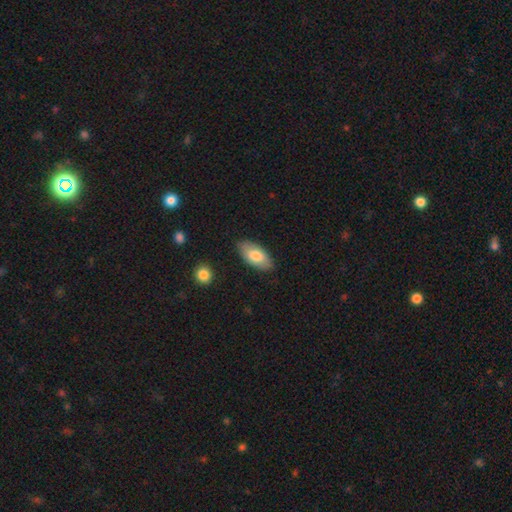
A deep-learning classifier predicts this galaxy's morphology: Q: Smooth or featured?
A: smooth (77%); runner-up: featured or disk (18%)
Q: How rounded?
A: in between (94%); runner-up: cigar-shaped (4%)
Q: Merging?
A: none (84%); runner-up: minor disturbance (12%)